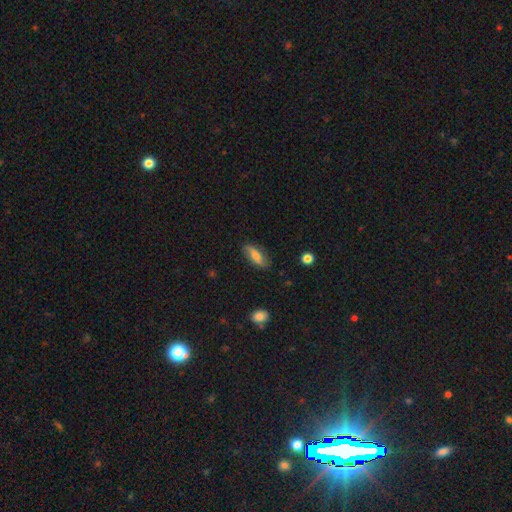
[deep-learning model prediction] Overall: smooth (70%). How rounded: in between (61%; cigar-shaped 36%). Merging: none (80%).